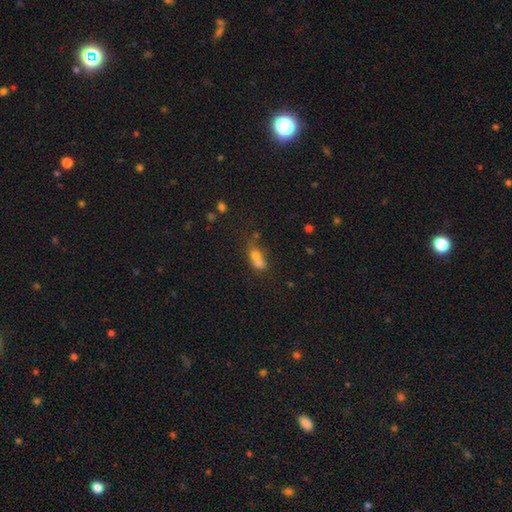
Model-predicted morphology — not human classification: type=smooth (65%); roundness=round (52%); merging=merger (68%).